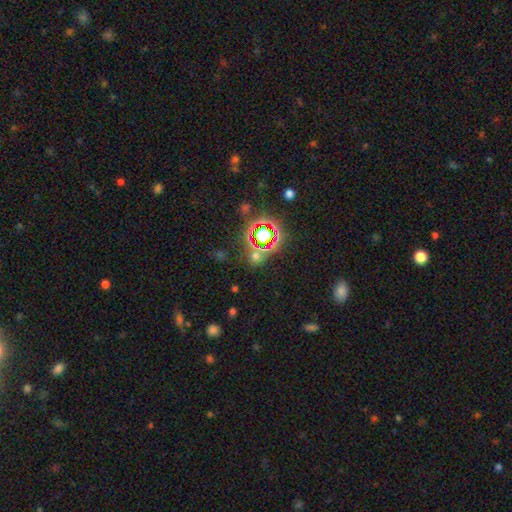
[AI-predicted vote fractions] Smooth or featured? Predicted: star or artifact (p=0.62).